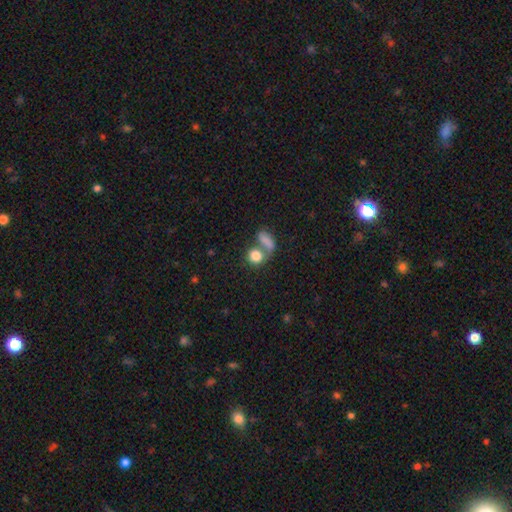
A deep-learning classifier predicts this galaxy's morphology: Smooth or featured?
  - smooth: 82% *
  - star or artifact: 9%
  - featured or disk: 9%
How rounded?
  - round: 66% *
  - in between: 31%
  - cigar-shaped: 3%
Merging?
  - merger: 44% *
  - none: 40%
  - minor disturbance: 9%
  - major disturbance: 7%